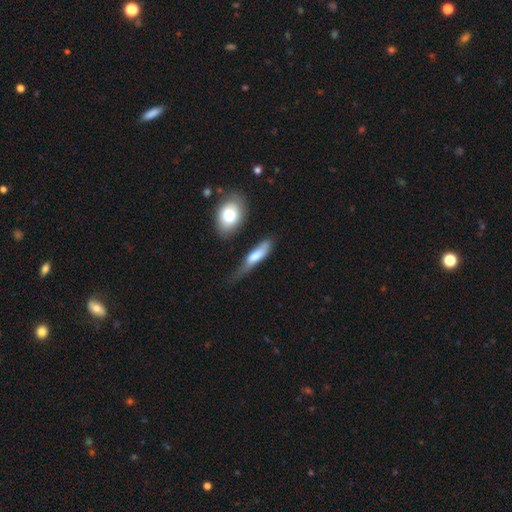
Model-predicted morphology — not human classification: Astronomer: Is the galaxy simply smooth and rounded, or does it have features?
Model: smooth — 68%.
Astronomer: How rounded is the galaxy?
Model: cigar-shaped — 56% (runner-up: in between, 41%).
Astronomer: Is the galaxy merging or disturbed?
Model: none — 35% (runner-up: minor disturbance, 34%).